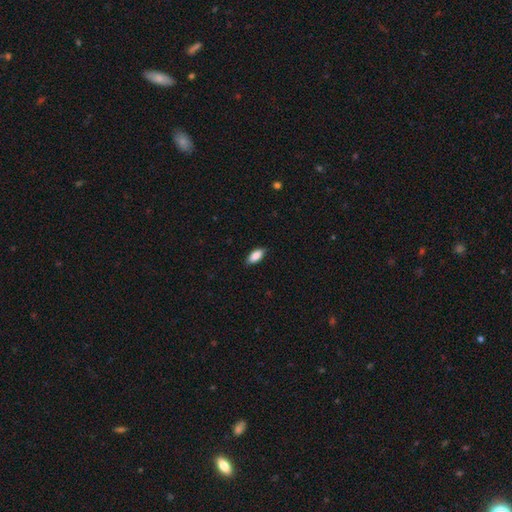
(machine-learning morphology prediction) Q: Smooth or featured?
A: smooth (87%); runner-up: featured or disk (7%)
Q: How rounded?
A: in between (89%); runner-up: cigar-shaped (9%)
Q: Merging?
A: none (85%); runner-up: minor disturbance (12%)